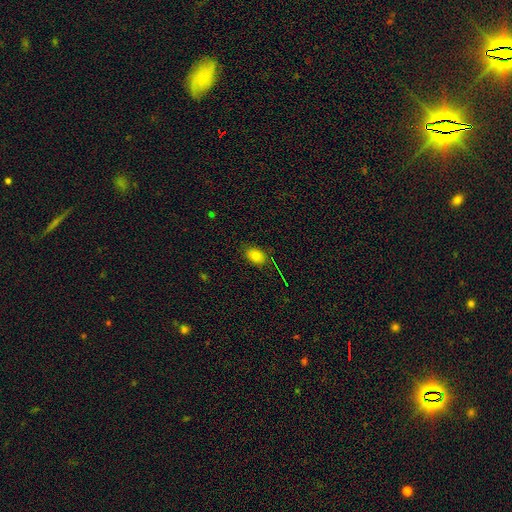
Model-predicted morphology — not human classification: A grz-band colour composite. It shows a smooth galaxy with no disk features (79%) that is in between round and cigar-shaped (76%). Merging: none (82%).